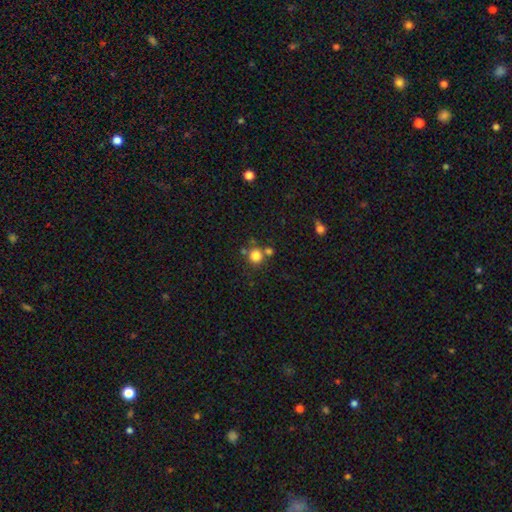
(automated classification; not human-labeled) Q: Smooth or featured?
A: smooth (81%); runner-up: star or artifact (13%)
Q: How rounded?
A: round (91%); runner-up: in between (8%)
Q: Merging?
A: none (67%); runner-up: merger (21%)